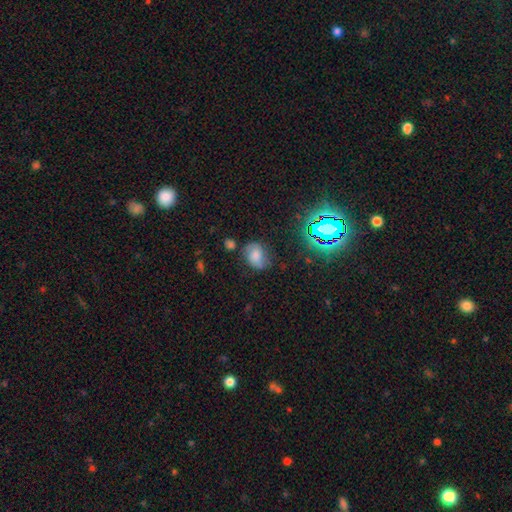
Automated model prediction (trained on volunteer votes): smooth 63%, featured or disk 21%, star or artifact 16%. Down the decision tree: how rounded — in between (61%); merging — none (60%).